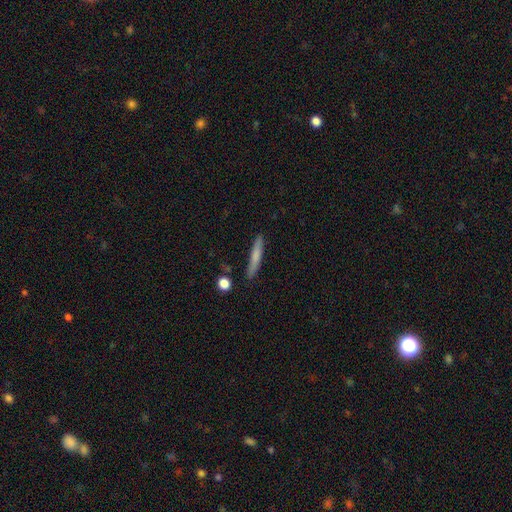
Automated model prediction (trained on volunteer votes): The model was most divided on "smooth or featured": smooth: 68%, featured or disk: 26%, star or artifact: 6%. More confident: how rounded — cigar-shaped (94%); merging — none (85%).